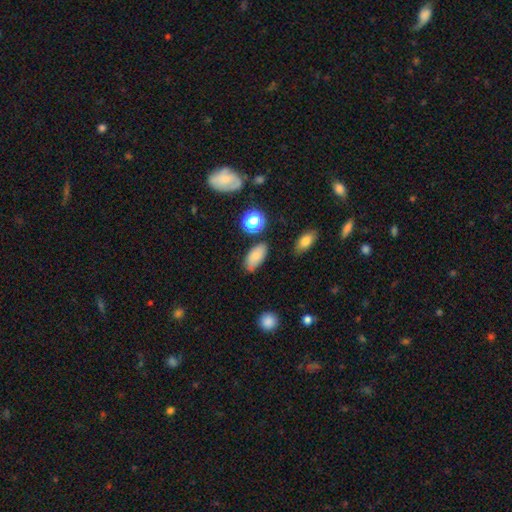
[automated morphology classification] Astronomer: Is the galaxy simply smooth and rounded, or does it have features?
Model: smooth — 82%.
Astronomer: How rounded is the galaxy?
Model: in between — 91%.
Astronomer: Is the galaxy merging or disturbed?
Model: none — 78%.